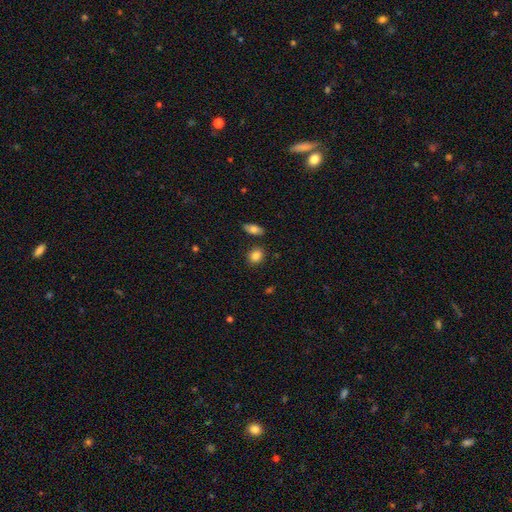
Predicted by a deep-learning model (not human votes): Smooth or featured?
  - smooth: 85% *
  - star or artifact: 8%
  - featured or disk: 6%
How rounded?
  - round: 56% *
  - in between: 42%
  - cigar-shaped: 2%
Merging?
  - none: 82% *
  - minor disturbance: 10%
  - merger: 6%
  - major disturbance: 3%